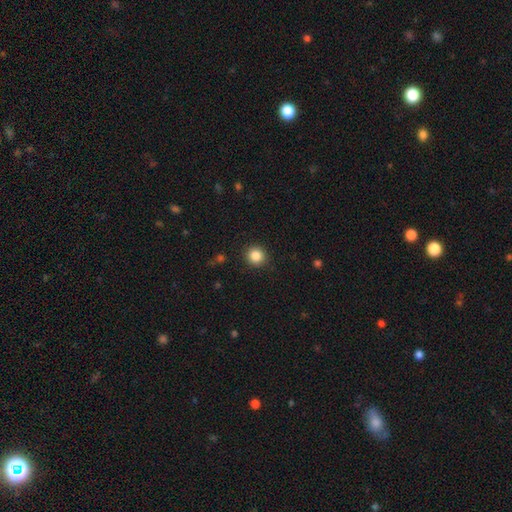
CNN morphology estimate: smooth-or-featured: smooth: 85% | star or artifact: 10% | featured or disk: 4%
  how-rounded: round: 93% | in between: 6% | cigar-shaped: 1%
  merging: none: 92% | minor disturbance: 5% | major disturbance: 2% | merger: 1%